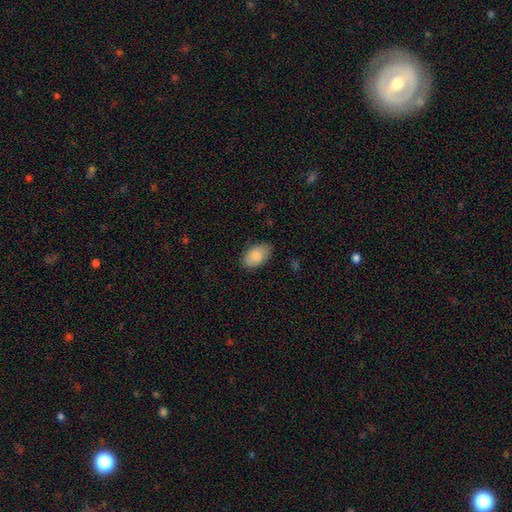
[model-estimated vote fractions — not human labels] This is clearly a smooth galaxy (88%). How rounded: clearly in between (93%). Merging: clearly none (82%).